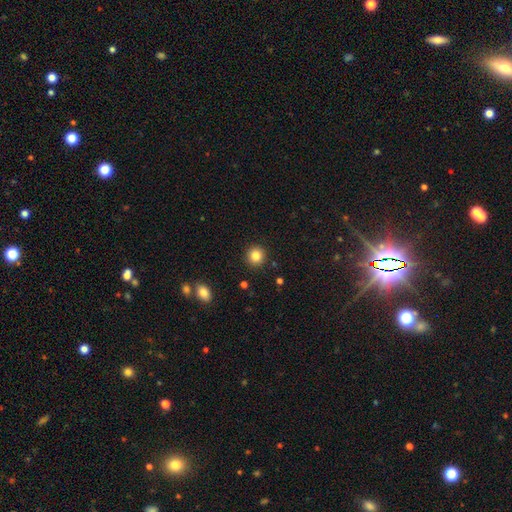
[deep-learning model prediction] This is clearly a smooth galaxy (84%). How rounded: clearly round (93%). Merging: clearly none (91%).